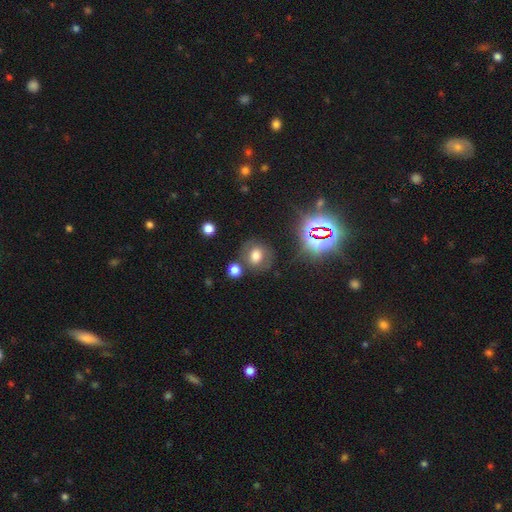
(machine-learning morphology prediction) type=smooth (60%); roundness=round (68%); merging=none (71%).